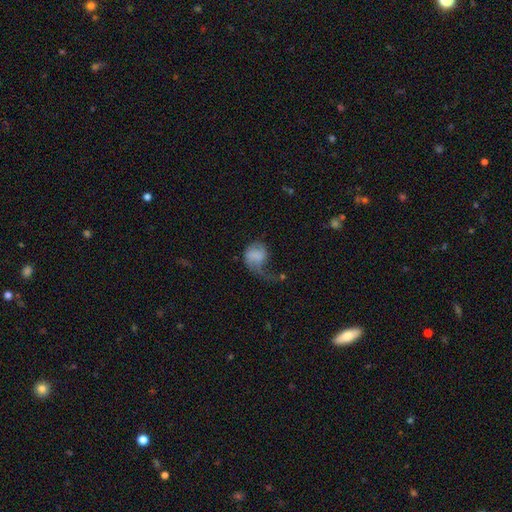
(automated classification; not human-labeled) Smooth or featured? smooth (56%)
How rounded? round (56%)
Merging? major disturbance (54%)